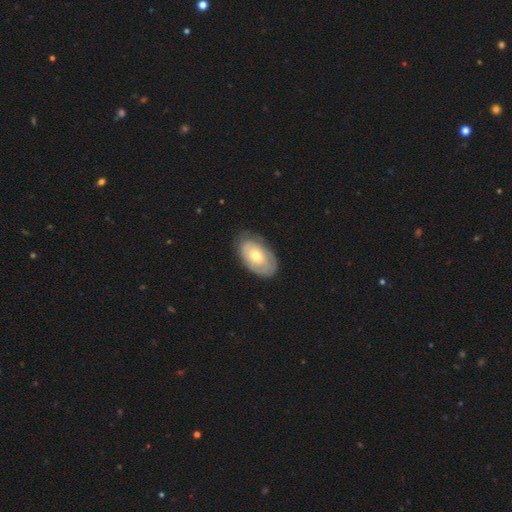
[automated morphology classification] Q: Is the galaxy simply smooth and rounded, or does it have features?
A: featured or disk — 50%.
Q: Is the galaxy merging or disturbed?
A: none — 73%.